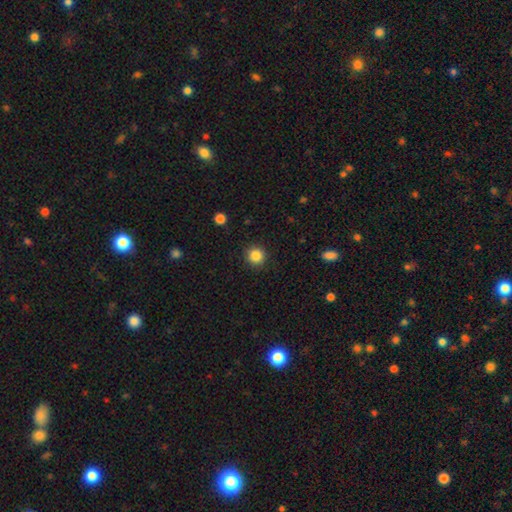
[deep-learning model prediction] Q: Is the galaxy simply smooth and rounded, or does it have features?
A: smooth — 85%.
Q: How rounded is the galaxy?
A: round — 95%.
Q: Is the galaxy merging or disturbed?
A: none — 92%.